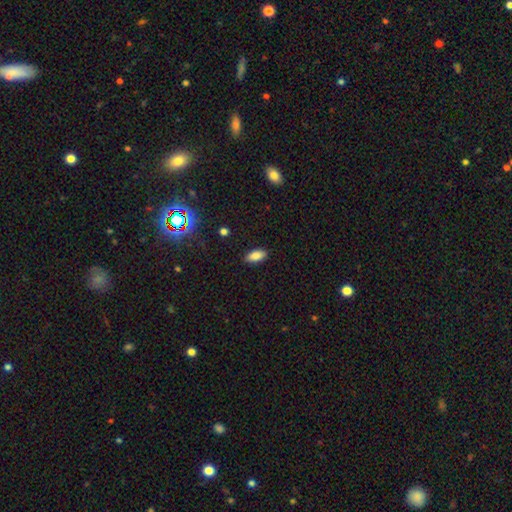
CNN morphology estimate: This appears to be a smooth galaxy with no disk features (86%) that is in between round and cigar-shaped (89%). Merging: none (88%).